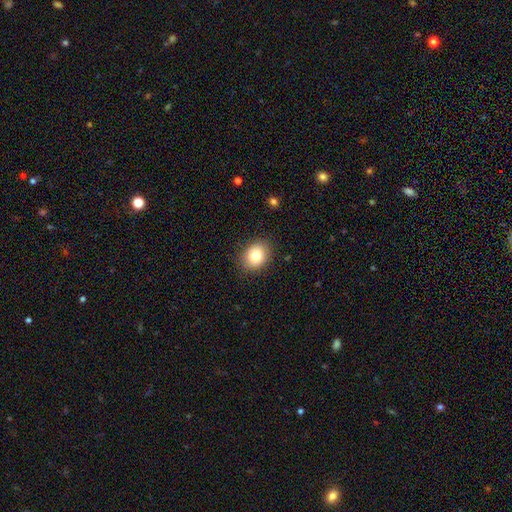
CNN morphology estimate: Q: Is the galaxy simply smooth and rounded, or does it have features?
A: smooth — 81%.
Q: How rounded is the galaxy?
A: round — 53%.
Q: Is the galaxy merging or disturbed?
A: none — 87%.